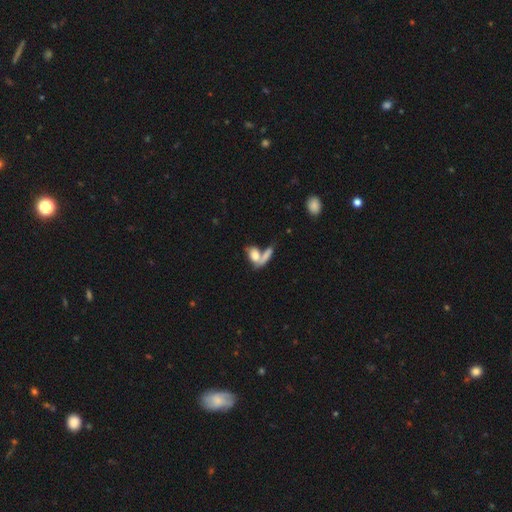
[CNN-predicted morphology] Smooth or featured?
  - smooth: 73% *
  - featured or disk: 19%
  - star or artifact: 9%
How rounded?
  - in between: 76% *
  - round: 15%
  - cigar-shaped: 10%
Merging?
  - merger: 57% *
  - none: 26%
  - major disturbance: 9%
  - minor disturbance: 9%